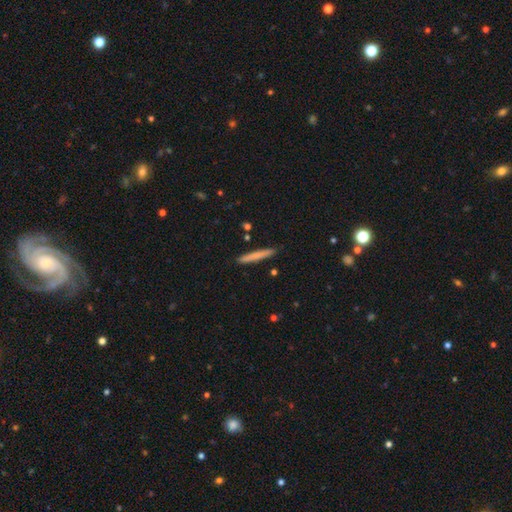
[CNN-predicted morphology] Smooth or featured? Predicted: smooth (p=0.71). How rounded? Predicted: cigar-shaped (p=0.96). Merging? Predicted: none (p=0.90).